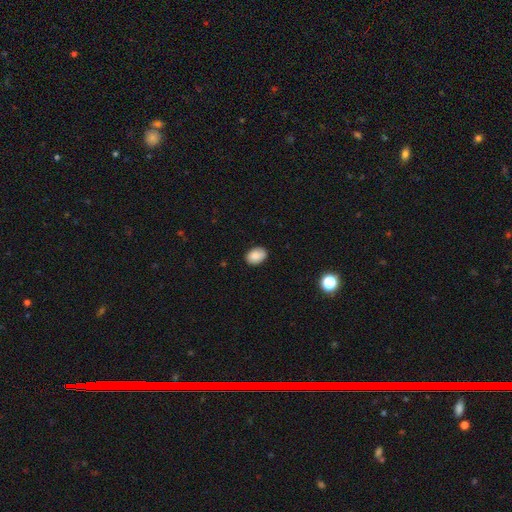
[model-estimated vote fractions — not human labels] A smooth galaxy with no disk features (86%) that is in between round and cigar-shaped (79%).

Vote fractions:
- Smooth or featured? smooth: 86% / star or artifact: 8% / featured or disk: 6%
- How rounded? in between: 79% / round: 20% / cigar-shaped: 1%
- Merging? none: 83% / minor disturbance: 14% / major disturbance: 2% / merger: 1%